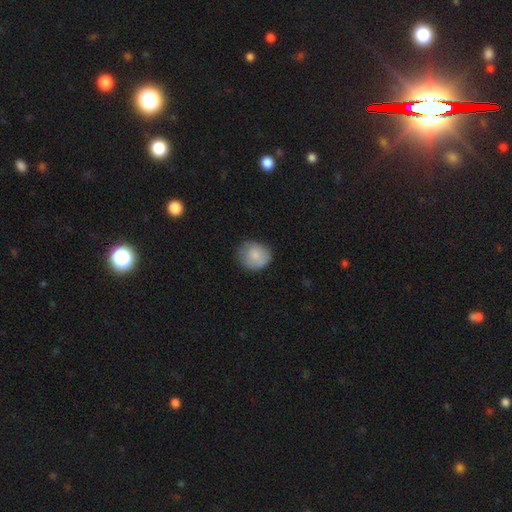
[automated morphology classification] Q: Smooth or featured?
A: smooth (82%); runner-up: featured or disk (10%)
Q: How rounded?
A: round (71%); runner-up: in between (28%)
Q: Merging?
A: none (73%); runner-up: minor disturbance (21%)